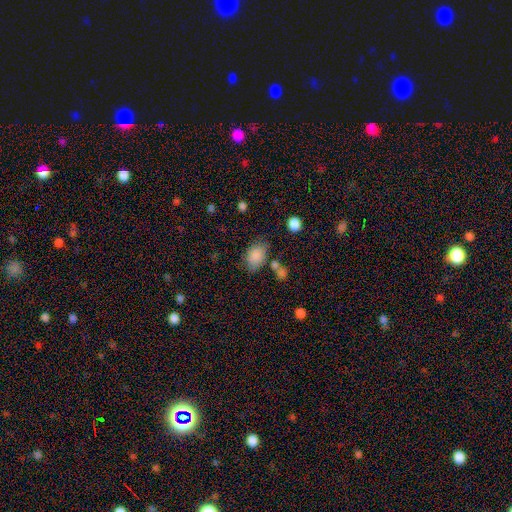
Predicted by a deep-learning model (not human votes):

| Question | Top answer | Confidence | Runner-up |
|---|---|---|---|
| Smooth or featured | smooth | 85% | star or artifact (9%) |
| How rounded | in between | 85% | round (14%) |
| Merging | none | 62% | minor disturbance (21%) |